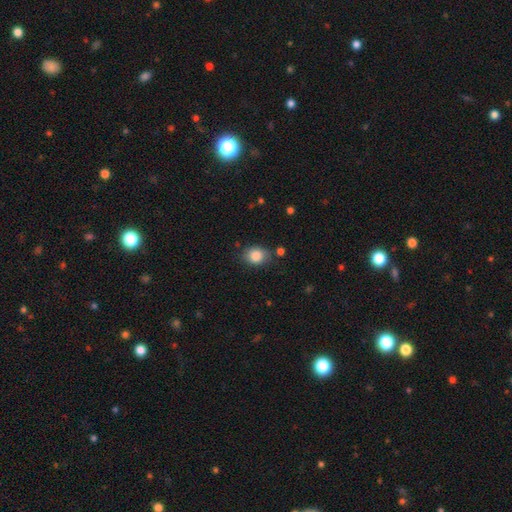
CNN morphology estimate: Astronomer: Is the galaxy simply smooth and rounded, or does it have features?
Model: smooth — 86%.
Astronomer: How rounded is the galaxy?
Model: in between — 54% (runner-up: round, 45%).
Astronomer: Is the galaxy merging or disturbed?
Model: none — 75%.